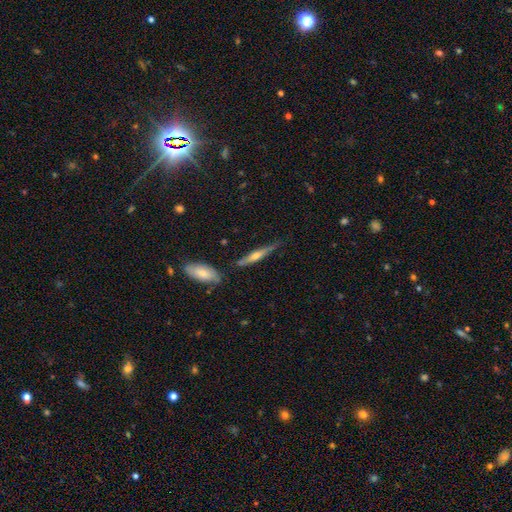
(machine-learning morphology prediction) A featured or disk galaxy (58%) viewed edge-on (95%) with a rounded central bulge (82%).

Vote fractions:
- Smooth or featured? featured or disk: 58% / smooth: 34% / star or artifact: 7%
- Edge-on disk? yes: 95% / no: 5%
- Edge-on bulge? rounded: 82% / none: 12% / boxy: 6%
- Merging? none: 74% / minor disturbance: 17% / merger: 6% / major disturbance: 4%